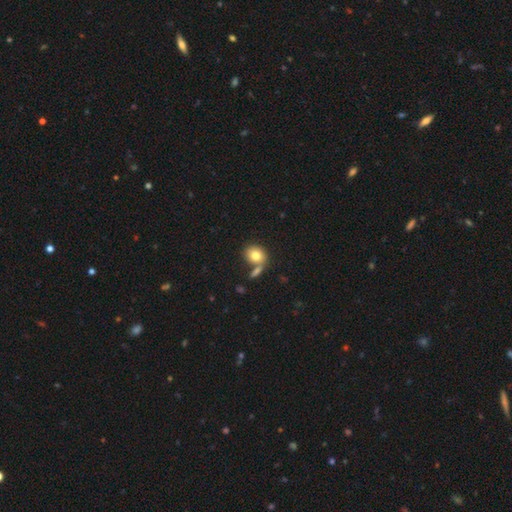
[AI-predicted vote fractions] Morphology: type=smooth (79%); roundness=round (53%); merging=none (55%).